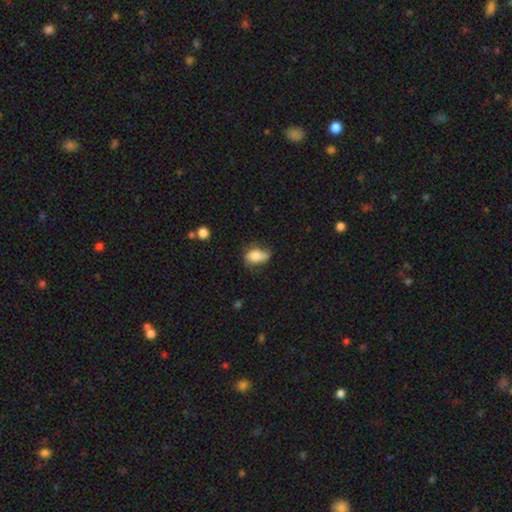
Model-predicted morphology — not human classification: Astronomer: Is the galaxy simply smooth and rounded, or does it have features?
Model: smooth — 72%.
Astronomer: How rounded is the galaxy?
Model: in between — 84%.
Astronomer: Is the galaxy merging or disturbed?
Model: none — 45% (runner-up: minor disturbance, 36%).